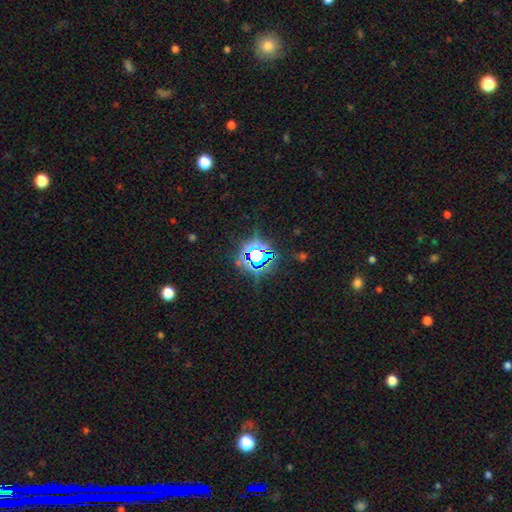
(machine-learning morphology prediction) The model was most divided on "smooth or featured": star or artifact: 77%, smooth: 14%, featured or disk: 10%.